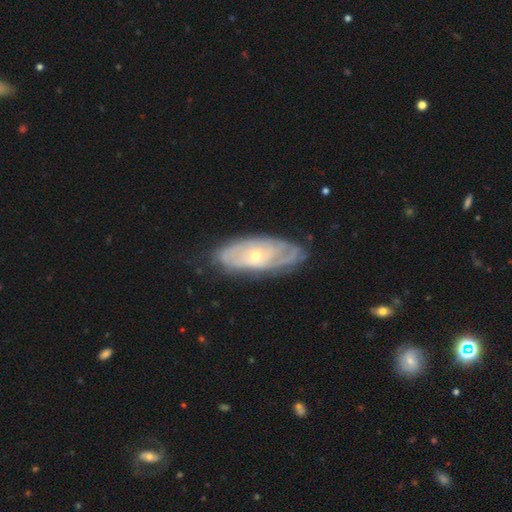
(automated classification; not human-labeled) Morphology: type=featured or disk (77%); edge-on=no (88%); bar=no (73%); spiral arms=yes (83%); winding=tight (71%); arm count=can't tell (58%); bulge=small (56%); merging=none (71%).